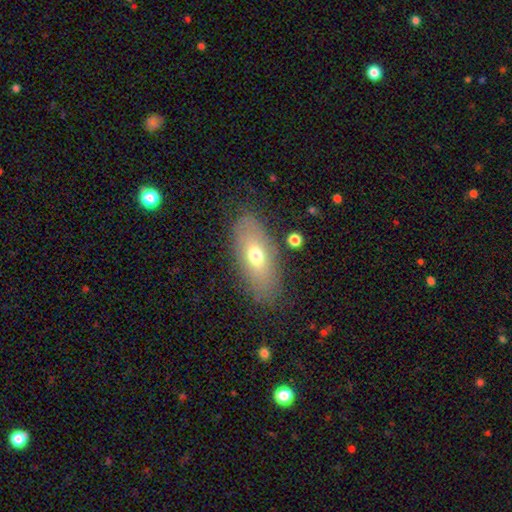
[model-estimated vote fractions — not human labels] Overall: smooth (62%; featured or disk 29%). How rounded: in between (84%). Merging: none (80%).